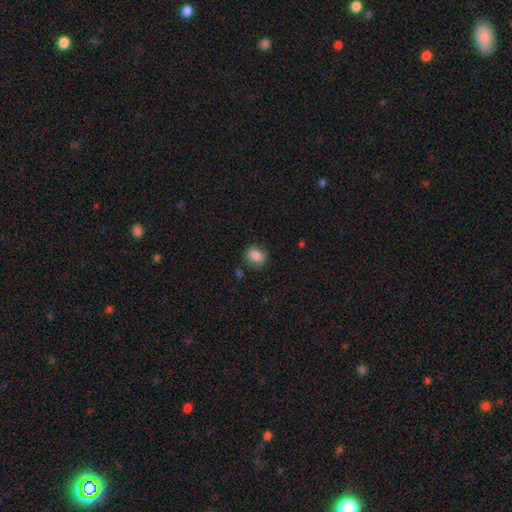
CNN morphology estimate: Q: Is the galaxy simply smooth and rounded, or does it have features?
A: smooth — 83%.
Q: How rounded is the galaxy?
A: round — 55%.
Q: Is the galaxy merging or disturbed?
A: none — 78%.